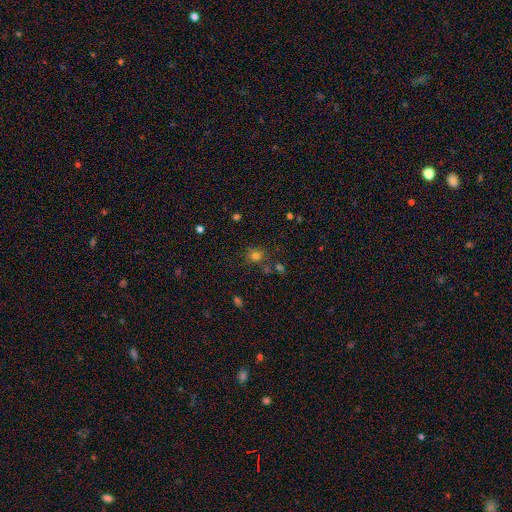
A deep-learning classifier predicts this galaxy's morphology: type=smooth (73%); roundness=round (81%); merging=none (72%).